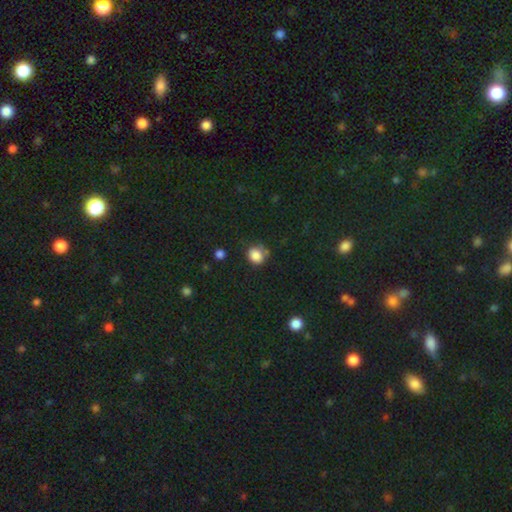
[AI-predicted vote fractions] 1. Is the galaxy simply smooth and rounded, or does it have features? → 84% smooth, 11% star or artifact, 5% featured or disk.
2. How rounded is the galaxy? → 76% round, 23% in between, 1% cigar-shaped.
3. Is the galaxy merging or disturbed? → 68% none, 20% minor disturbance, 7% merger, 5% major disturbance.